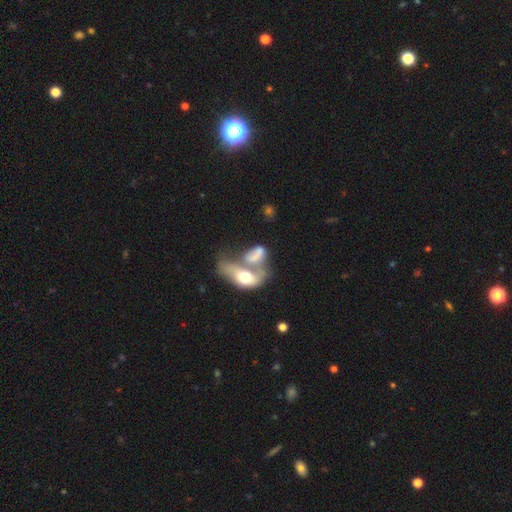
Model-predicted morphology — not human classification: smooth-or-featured: smooth: 52% | featured or disk: 39% | star or artifact: 9%
  how-rounded: in between: 83% | round: 10% | cigar-shaped: 7%
  merging: merger: 68% | major disturbance: 17% | none: 9% | minor disturbance: 7%